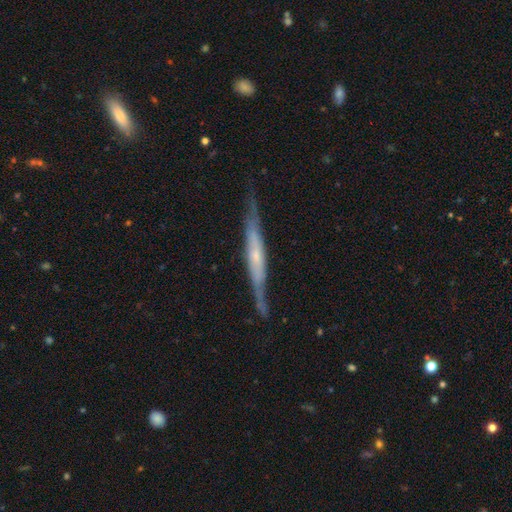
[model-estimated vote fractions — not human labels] Smooth or featured?
  - featured or disk: 72% *
  - smooth: 23%
  - star or artifact: 6%
Edge-on disk?
  - yes: 90% *
  - no: 10%
Edge-on bulge?
  - none: 47% *
  - rounded: 39%
  - boxy: 14%
Merging?
  - none: 76% *
  - minor disturbance: 18%
  - major disturbance: 4%
  - merger: 2%